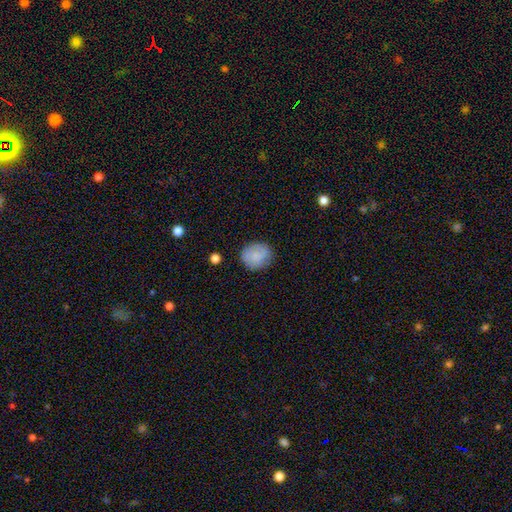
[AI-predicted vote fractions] Smooth or featured? smooth (80%)
How rounded? round (74%)
Merging? none (80%)